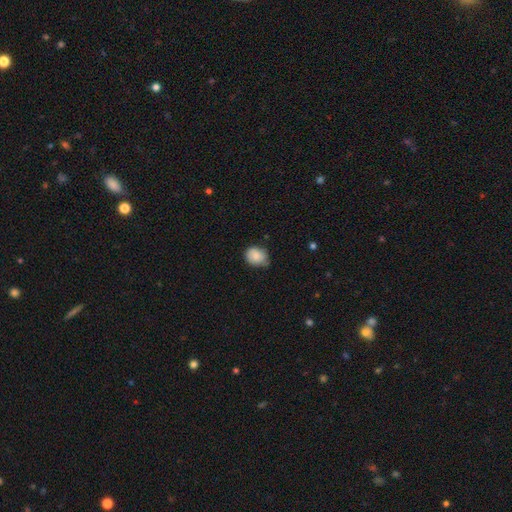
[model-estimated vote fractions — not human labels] Smooth or featured: smooth — 80% (featured or disk — 12%)
How rounded: round — 57% (in between — 42%)
Merging: none — 59% (minor disturbance — 34%)